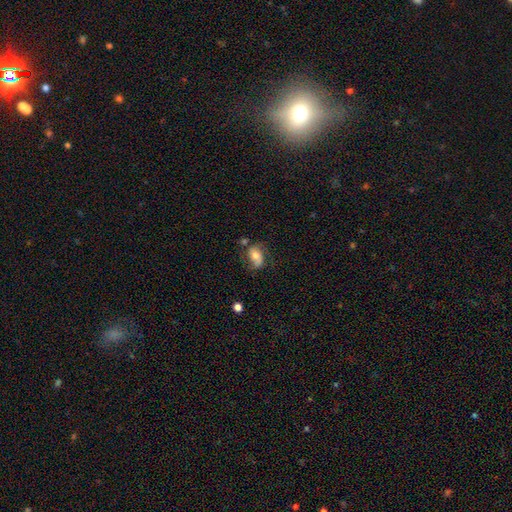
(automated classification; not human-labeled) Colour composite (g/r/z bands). It shows a smooth galaxy with no disk features (52%) that is in between round and cigar-shaped (77%). Merging: none (54%).